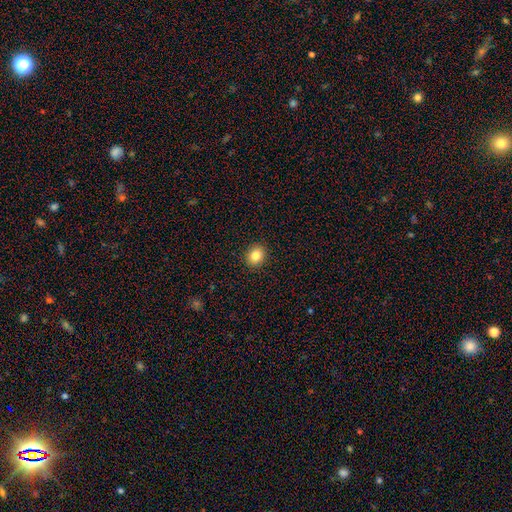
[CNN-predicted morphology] Q: Smooth or featured?
A: smooth (84%); runner-up: star or artifact (10%)
Q: How rounded?
A: round (70%); runner-up: in between (30%)
Q: Merging?
A: none (92%); runner-up: minor disturbance (6%)